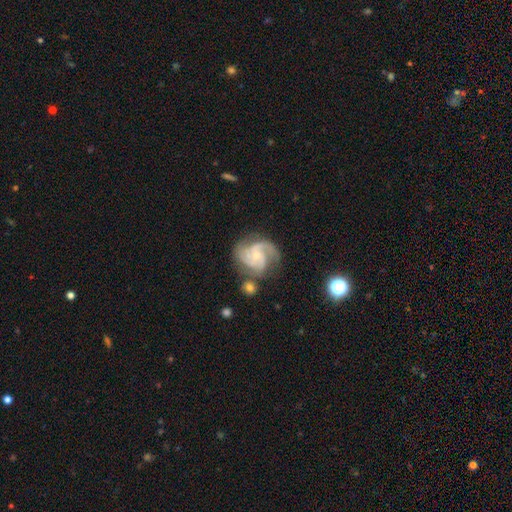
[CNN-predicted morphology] type=featured or disk (89%); edge-on=no (98%); bar=no (66%); spiral arms=yes (98%); winding=medium (52%); arm count=3 (60%); bulge=small (69%); merging=none (62%).